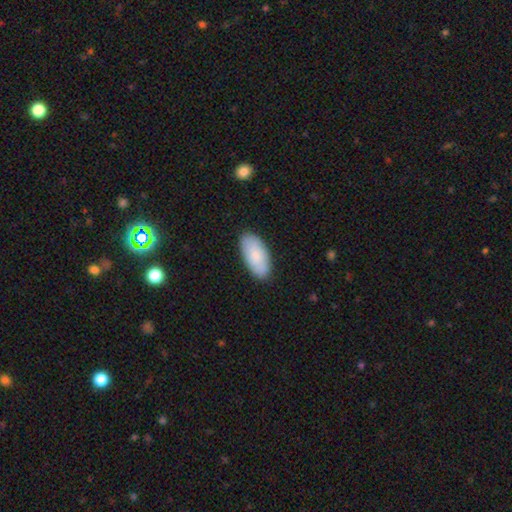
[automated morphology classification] The model was most divided on "smooth or featured": smooth: 82%, featured or disk: 13%, star or artifact: 5%. More confident: how rounded — in between (93%); merging — none (87%).